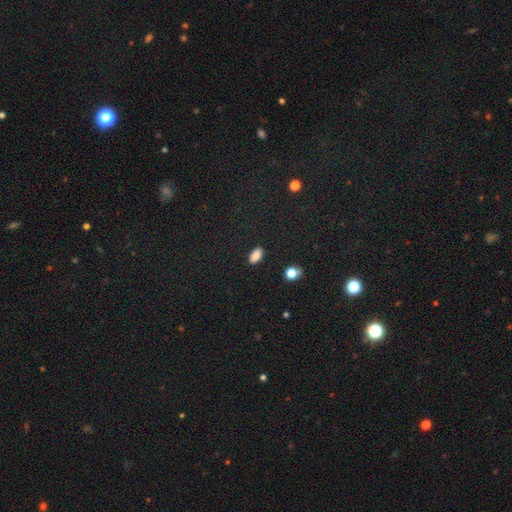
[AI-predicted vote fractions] Q: Smooth or featured?
A: smooth (86%); runner-up: star or artifact (9%)
Q: How rounded?
A: in between (90%); runner-up: cigar-shaped (5%)
Q: Merging?
A: none (88%); runner-up: minor disturbance (9%)